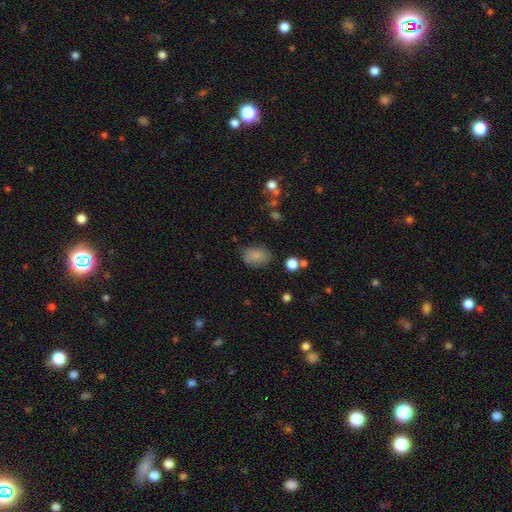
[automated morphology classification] smooth 80%, featured or disk 11%, star or artifact 9%. Down the decision tree: how rounded — in between (76%); merging — none (73%).